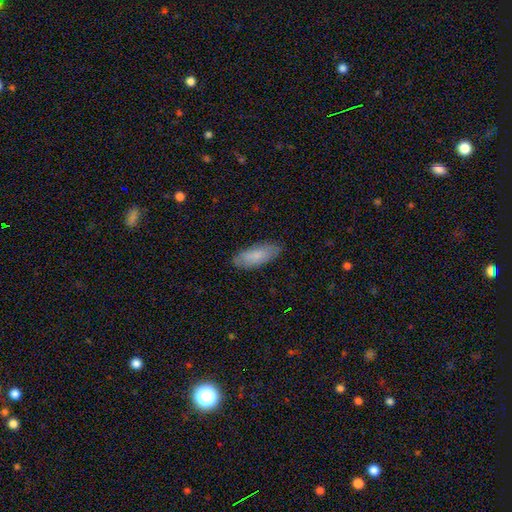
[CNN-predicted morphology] A smooth galaxy with no disk features (80%) that is in between round and cigar-shaped (78%). Merging: none (83%).